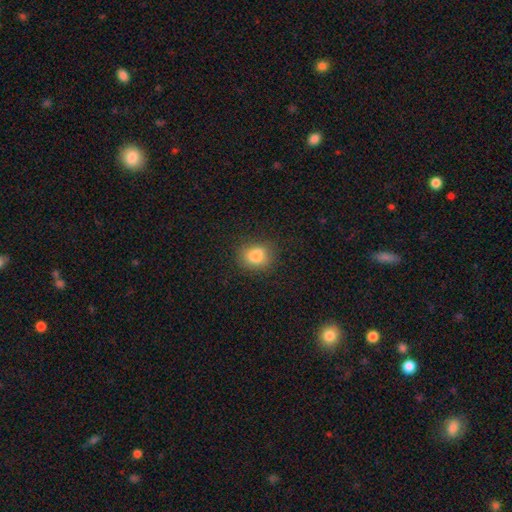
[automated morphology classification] smooth 82%, star or artifact 11%, featured or disk 7%. Down the decision tree: how rounded — round (59%); merging — none (73%).